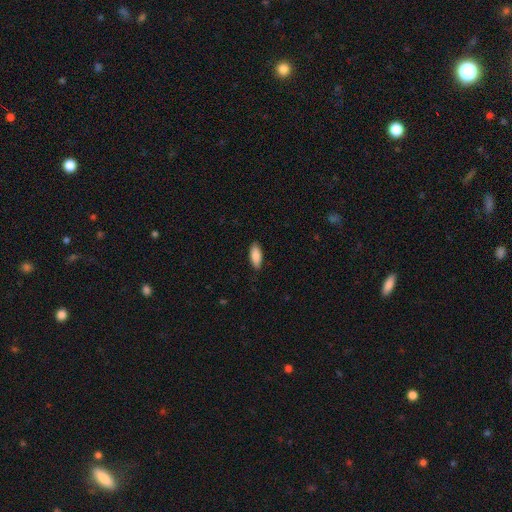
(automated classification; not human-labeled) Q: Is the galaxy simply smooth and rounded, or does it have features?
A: smooth — 88%.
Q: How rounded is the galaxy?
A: in between — 78%.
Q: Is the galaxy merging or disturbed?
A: none — 87%.